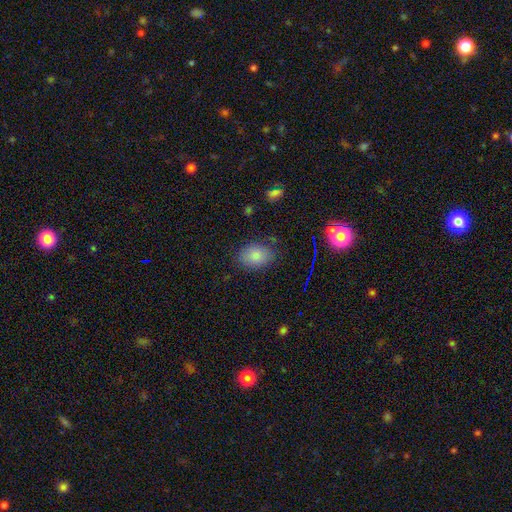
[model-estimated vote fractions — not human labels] A smooth galaxy with no disk features (81%) that is in between round and cigar-shaped (77%).

Vote fractions:
- Smooth or featured? smooth: 81% / star or artifact: 10% / featured or disk: 8%
- How rounded? in between: 77% / round: 22% / cigar-shaped: 1%
- Merging? none: 80% / minor disturbance: 15% / major disturbance: 4% / merger: 2%